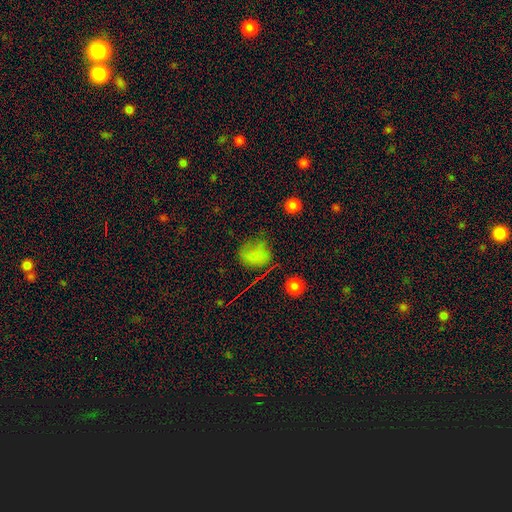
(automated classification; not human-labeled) Smooth or featured? Predicted: smooth (p=0.68). How rounded? Predicted: round (p=0.53). Merging? Predicted: none (p=0.54).